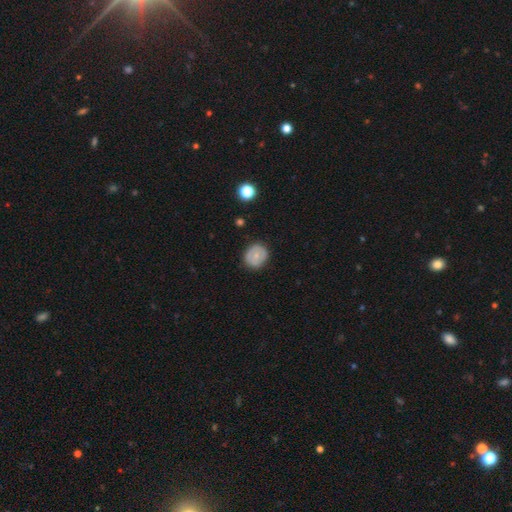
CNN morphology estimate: type=smooth (61%); roundness=round (81%); merging=none (83%).